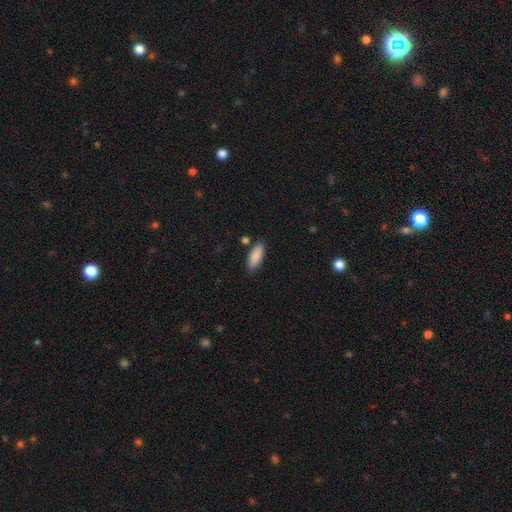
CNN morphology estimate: type=smooth (89%); roundness=in between (73%); merging=none (82%).